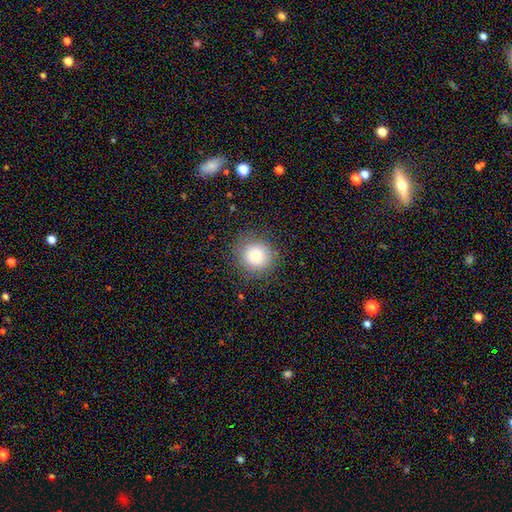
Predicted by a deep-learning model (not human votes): Smooth or featured? smooth (77%)
How rounded? round (91%)
Merging? none (84%)